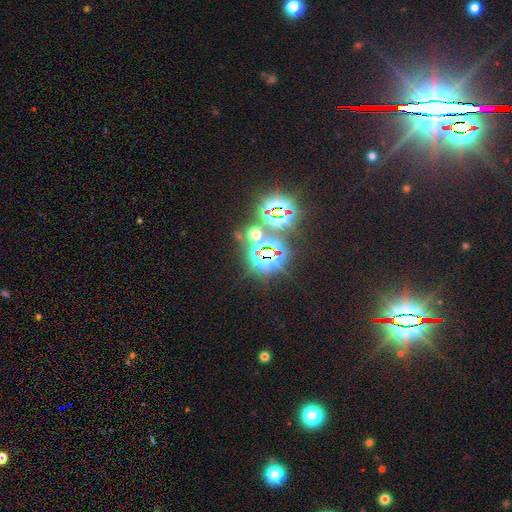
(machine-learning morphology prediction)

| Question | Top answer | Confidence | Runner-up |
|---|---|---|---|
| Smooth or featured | star or artifact | 81% | smooth (12%) |